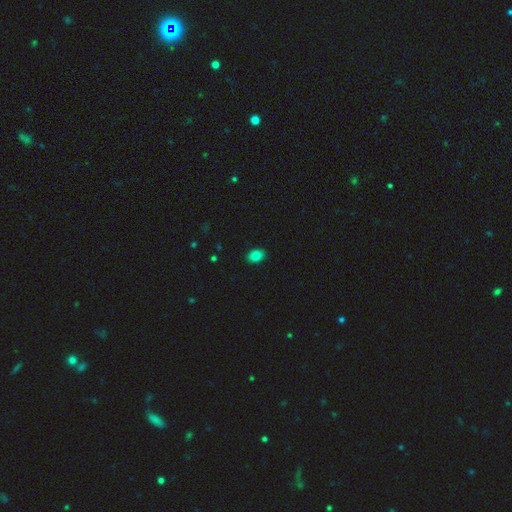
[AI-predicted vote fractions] Smooth or featured? smooth (84%)
How rounded? in between (77%)
Merging? none (90%)